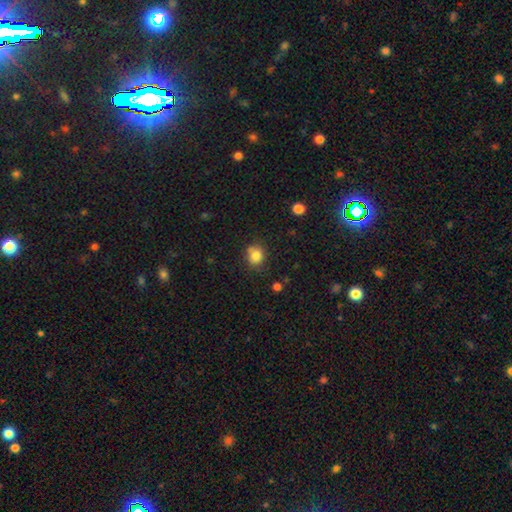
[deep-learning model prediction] Morphology: type=smooth (82%); roundness=round (71%); merging=none (69%).